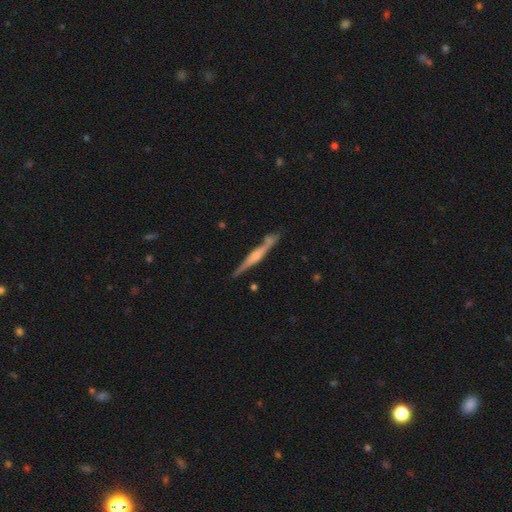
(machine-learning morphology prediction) Smooth or featured? featured or disk (72%)
Edge-on disk? yes (97%)
Edge-on bulge? rounded (68%)
Merging? none (77%)